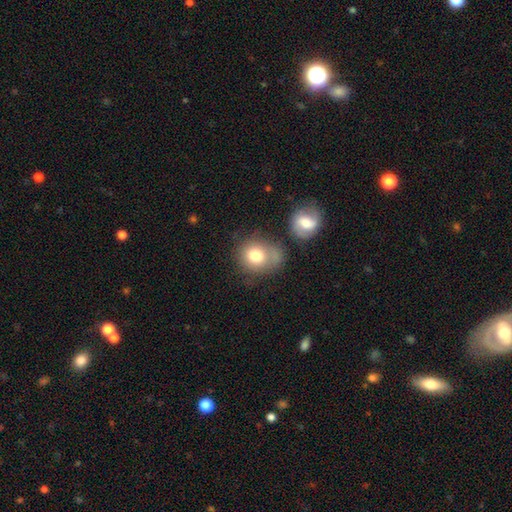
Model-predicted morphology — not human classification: smooth_or_featured: smooth (p=0.77) [alt: featured or disk p=0.15]
how_rounded: round (p=0.71) [alt: in between p=0.28]
merging: none (p=0.48) [alt: merger p=0.23]